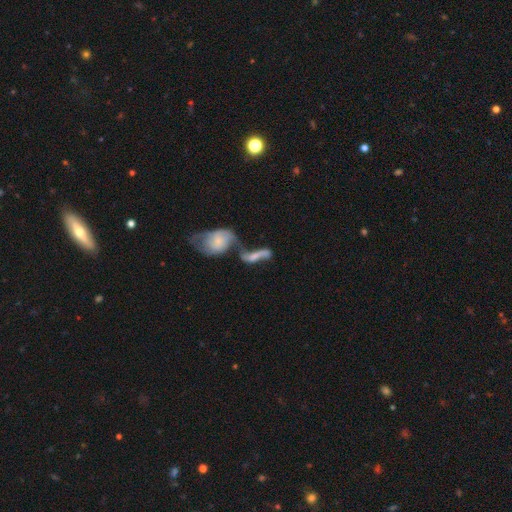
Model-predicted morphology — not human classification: A featured or disk galaxy (49%). Merging: merger (69%).